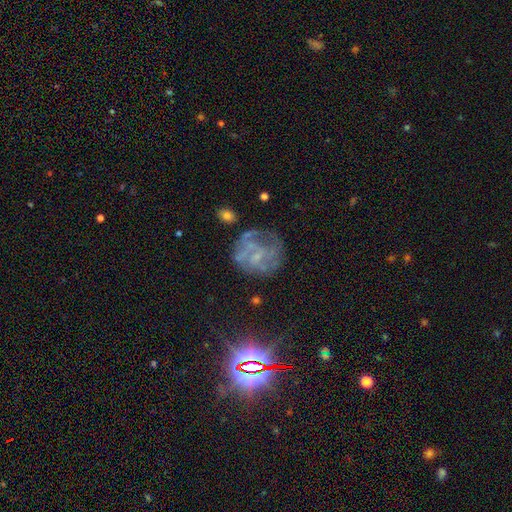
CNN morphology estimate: Smooth or featured?
  - featured or disk: 58% *
  - star or artifact: 22%
  - smooth: 20%
Edge-on disk?
  - no: 97% *
  - yes: 3%
Bar?
  - no: 70% *
  - weak: 24%
  - strong: 6%
Spiral arms?
  - yes: 53% *
  - no: 47%
Bulge size?
  - small: 46% *
  - none: 40%
  - moderate: 11%
  - large: 1%
  - dominant: 1%
Merging?
  - none: 54% *
  - major disturbance: 22%
  - minor disturbance: 20%
  - merger: 4%